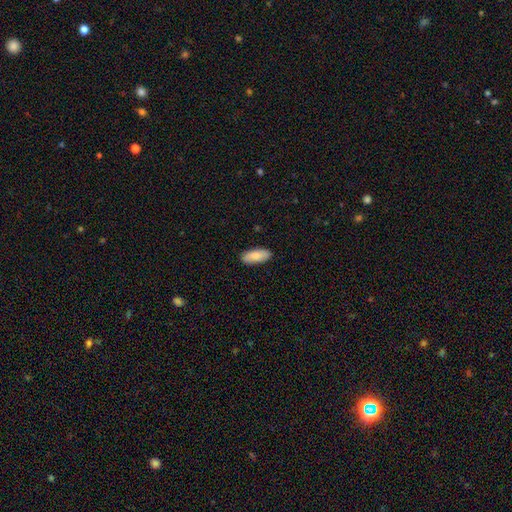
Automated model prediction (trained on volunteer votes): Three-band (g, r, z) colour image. It shows a smooth galaxy with no disk features (85%) that is in between round and cigar-shaped (81%). Merging: none (89%).